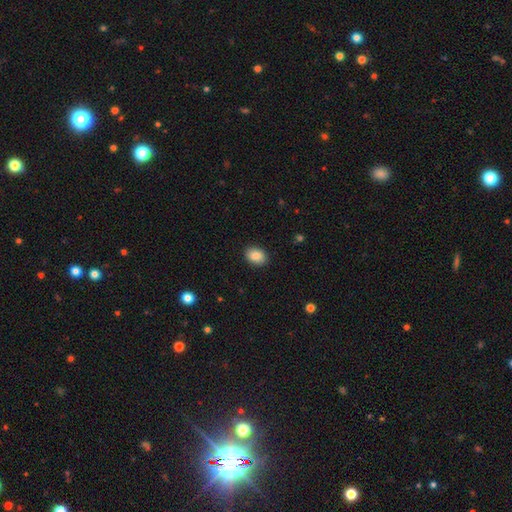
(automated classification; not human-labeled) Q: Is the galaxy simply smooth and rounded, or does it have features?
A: smooth — 87%.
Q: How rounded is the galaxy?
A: in between — 73%.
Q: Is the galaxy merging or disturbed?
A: none — 90%.